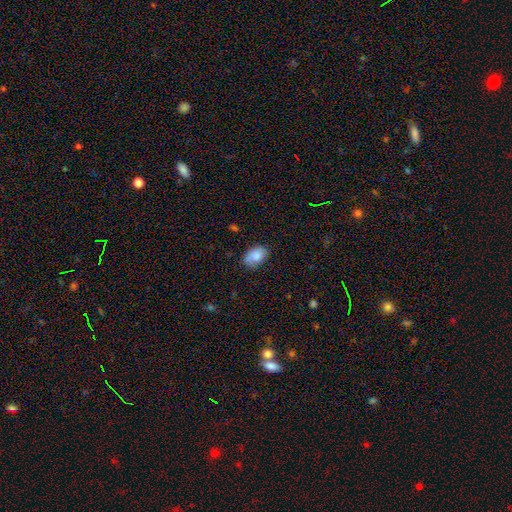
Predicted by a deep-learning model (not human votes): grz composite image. It shows a smooth galaxy with no disk features (77%) that is in between round and cigar-shaped (85%). Merging: none (72%).